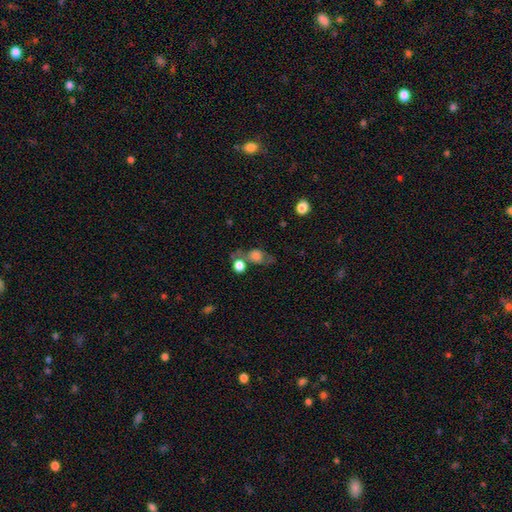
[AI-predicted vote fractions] A smooth galaxy with no disk features (67%) that is round (49%).

Vote fractions:
- Smooth or featured? smooth: 67% / featured or disk: 21% / star or artifact: 12%
- How rounded? round: 49% / in between: 48% / cigar-shaped: 3%
- Merging? none: 40% / merger: 27% / minor disturbance: 18% / major disturbance: 15%